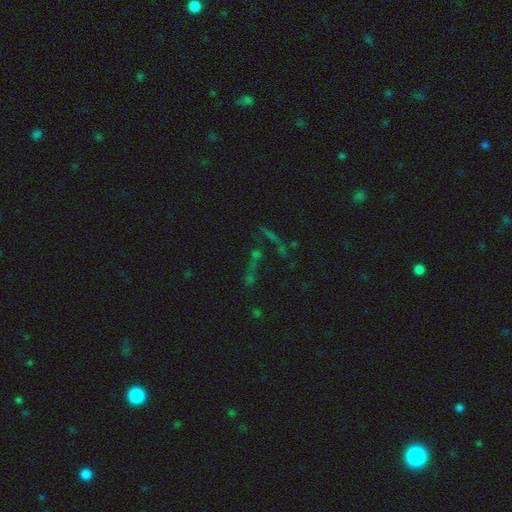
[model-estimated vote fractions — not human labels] Q: Smooth or featured?
A: star or artifact (59%); runner-up: featured or disk (21%)